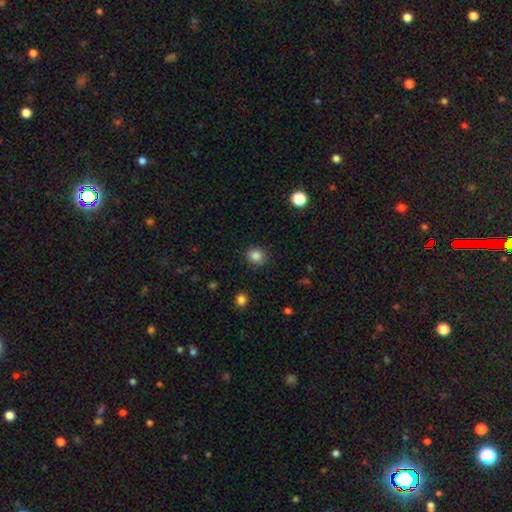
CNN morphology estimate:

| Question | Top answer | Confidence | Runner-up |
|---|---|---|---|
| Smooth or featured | smooth | 85% | star or artifact (11%) |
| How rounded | round | 70% | in between (29%) |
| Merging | none | 86% | minor disturbance (10%) |